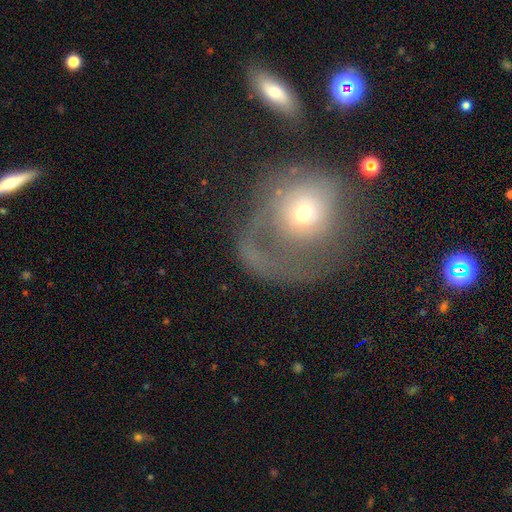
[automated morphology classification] smooth 43% (tied), featured or disk 43% (tied), star or artifact 14%. Down the decision tree: merging — major disturbance (49%).